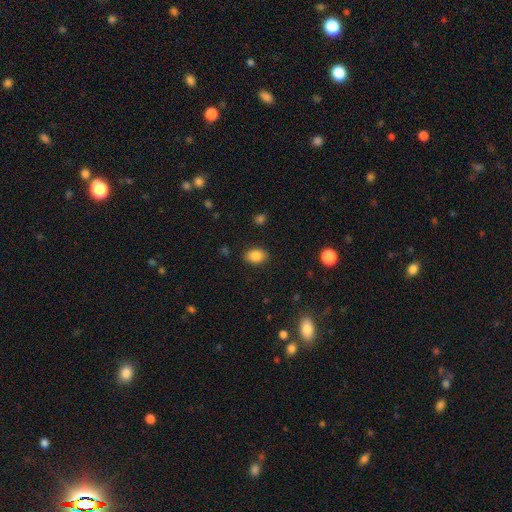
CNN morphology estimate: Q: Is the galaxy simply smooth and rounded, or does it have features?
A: smooth — 86%.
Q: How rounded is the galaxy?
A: in between — 75%.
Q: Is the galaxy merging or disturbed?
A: none — 87%.